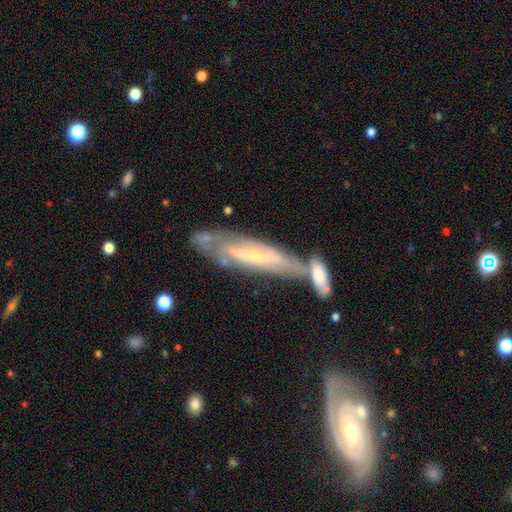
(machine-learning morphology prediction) Smooth or featured: featured or disk — 75% (smooth — 18%)
Edge-on disk: no — 65% (yes — 35%)
Merging: none — 42% (merger — 33%)